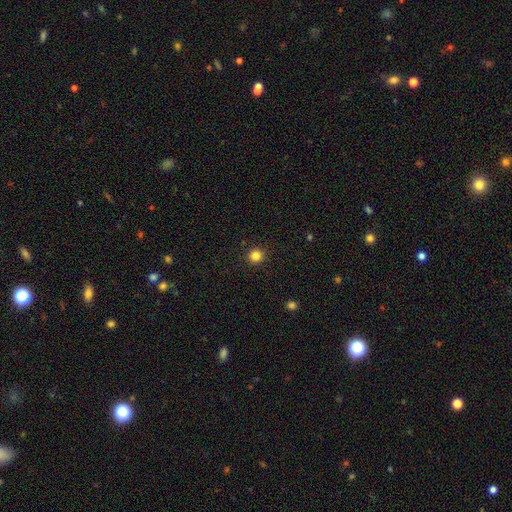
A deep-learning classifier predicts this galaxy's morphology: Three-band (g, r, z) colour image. It shows a smooth galaxy with no disk features (83%) that is round (93%). Merging: none (92%).